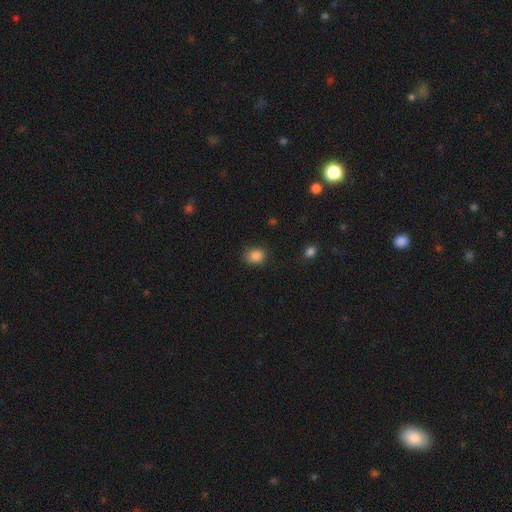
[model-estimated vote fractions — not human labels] smooth 86%, star or artifact 11%, featured or disk 4%. Down the decision tree: how rounded — round (67%); merging — none (79%).